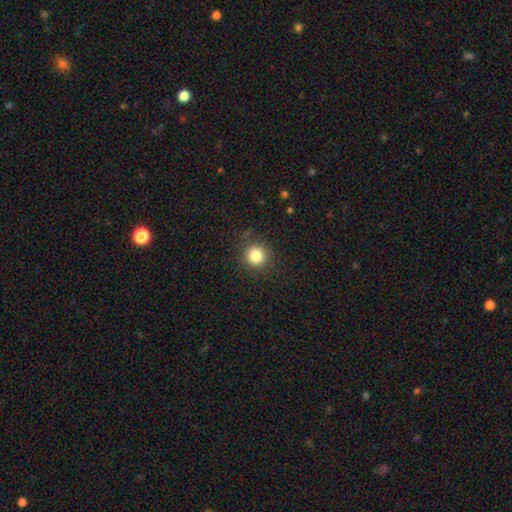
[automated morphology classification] Smooth or featured: smooth — 83% (star or artifact — 12%)
How rounded: round — 94% (in between — 5%)
Merging: none — 89% (minor disturbance — 7%)